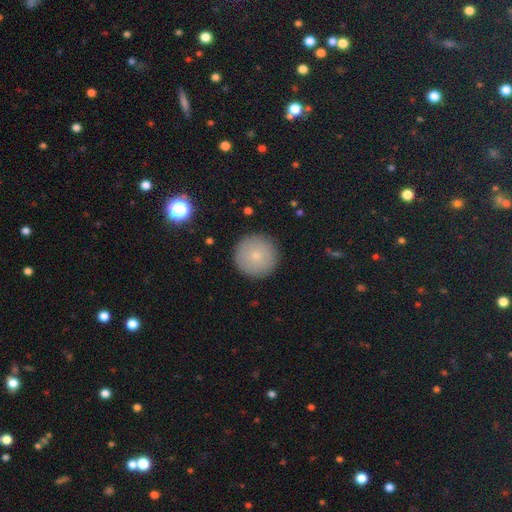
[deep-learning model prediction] Morphology: type=smooth (78%); roundness=round (97%); merging=none (91%).